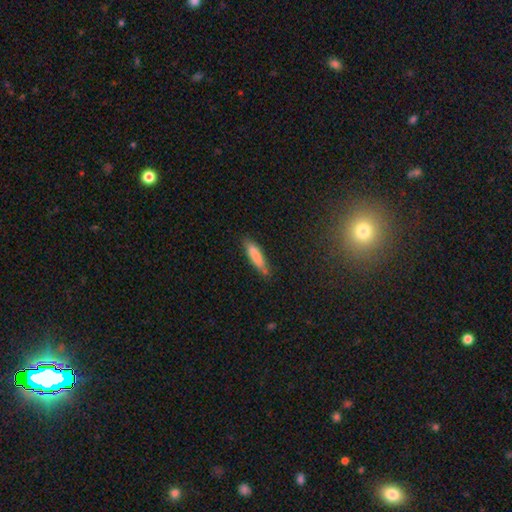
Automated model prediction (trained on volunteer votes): Smooth or featured? Predicted: smooth (p=0.81). How rounded? Predicted: cigar-shaped (p=0.79). Merging? Predicted: none (p=0.75).